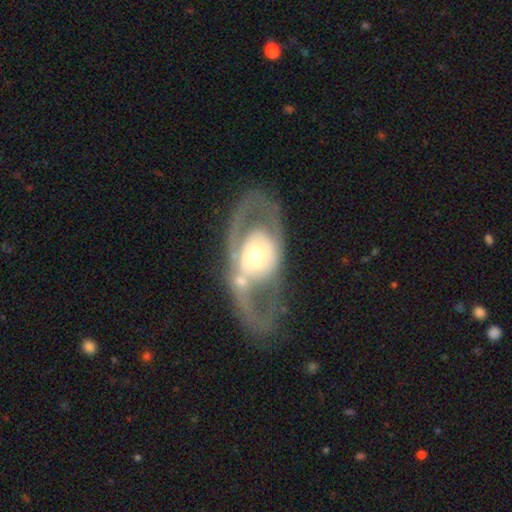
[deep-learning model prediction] A featured or disk galaxy (72%) with no bar (66%), no spiral arms (54%) and a moderate central bulge (60%). Merging: none (48%).